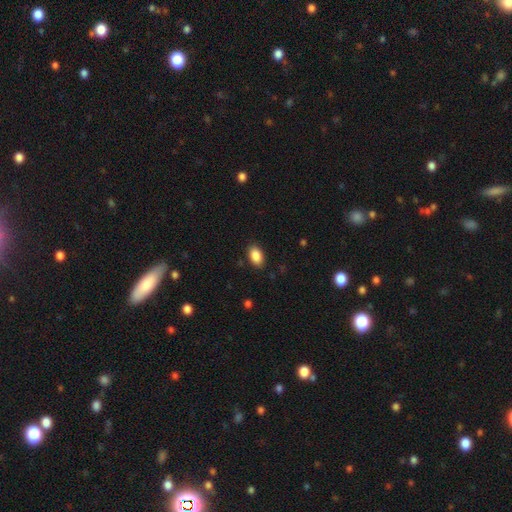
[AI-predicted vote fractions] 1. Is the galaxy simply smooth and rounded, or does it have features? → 88% smooth, 8% star or artifact, 4% featured or disk.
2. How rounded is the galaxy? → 91% in between, 8% round, 1% cigar-shaped.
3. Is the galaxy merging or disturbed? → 87% none, 10% minor disturbance, 2% major disturbance, 1% merger.